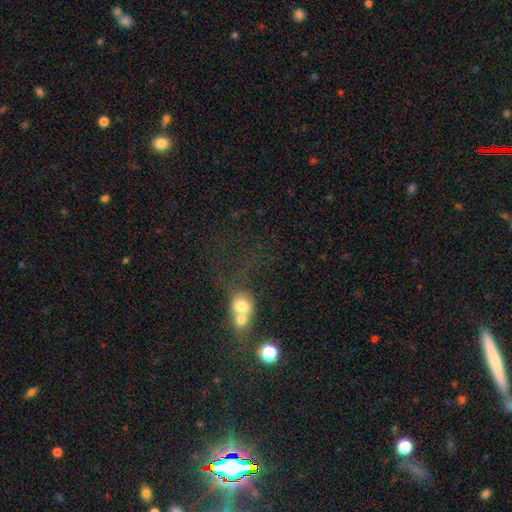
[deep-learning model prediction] Smooth or featured? Predicted: smooth (p=0.47). Merging? Predicted: merger (p=0.49).